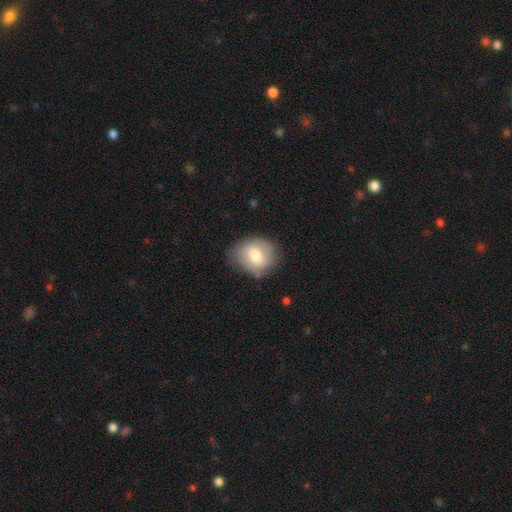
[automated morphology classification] Smooth or featured? Predicted: smooth (p=0.69). How rounded? Predicted: round (p=0.55). Merging? Predicted: none (p=0.64).